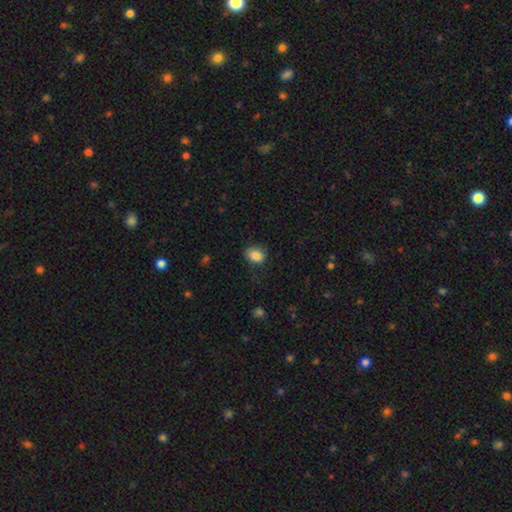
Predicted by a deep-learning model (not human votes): A smooth galaxy with no disk features (87%) that is in between round and cigar-shaped (60%).

Vote fractions:
- Smooth or featured? smooth: 87% / star or artifact: 9% / featured or disk: 5%
- How rounded? in between: 60% / round: 39% / cigar-shaped: 1%
- Merging? none: 77% / minor disturbance: 17% / major disturbance: 5% / merger: 1%